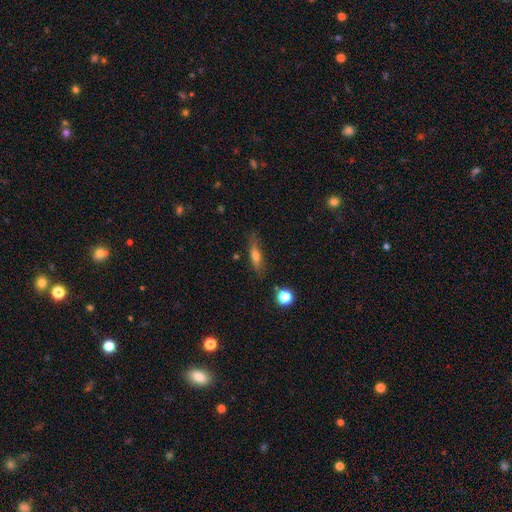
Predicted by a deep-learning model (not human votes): This appears to be a smooth galaxy with no disk features (57%) that is cigar-shaped (63%). Merging: none (77%).